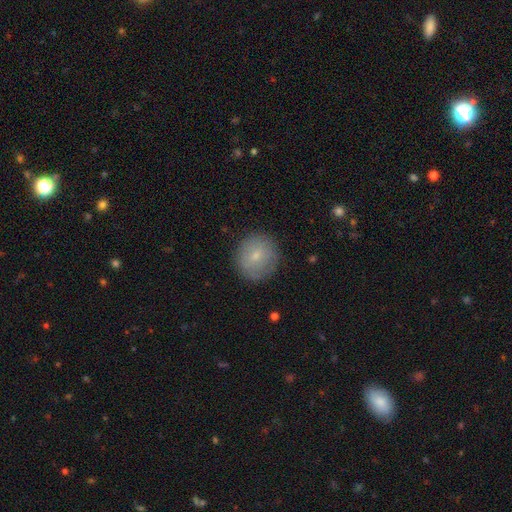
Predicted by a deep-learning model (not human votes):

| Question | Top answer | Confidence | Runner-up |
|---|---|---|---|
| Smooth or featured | smooth | 72% | featured or disk (19%) |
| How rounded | round | 91% | in between (8%) |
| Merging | none | 84% | minor disturbance (12%) |